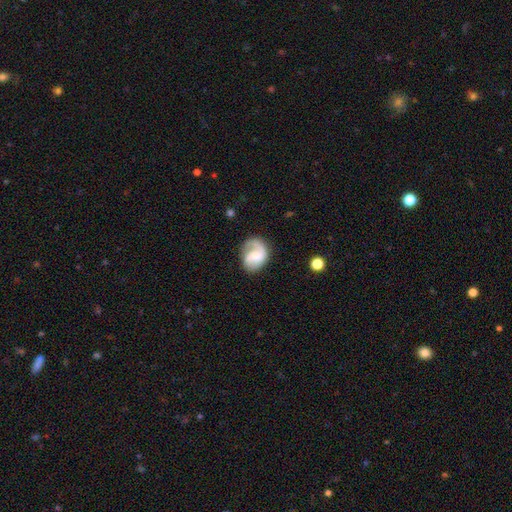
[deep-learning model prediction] The model was most divided on "spiral arm count": 2: 47%, 1: 45%, can't tell: 6%, 3: 1%, 4: 1%, more than 4: 1%. Remaining: edge-on disk — no (98%); spiral arms — yes (91%); smooth or featured — featured or disk (67%); merging — none (60%); bar — no (49%); spiral winding — medium (43%); bulge size — small (33%).